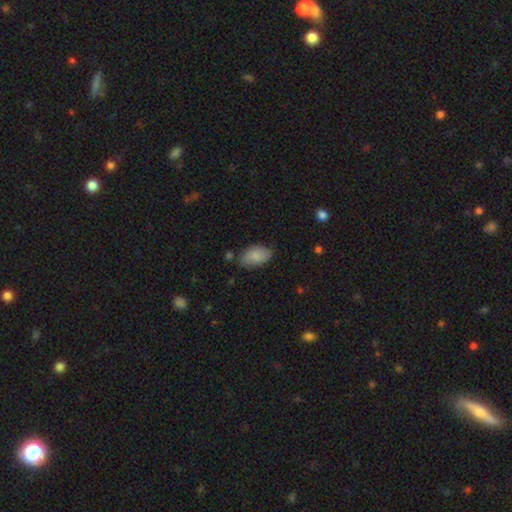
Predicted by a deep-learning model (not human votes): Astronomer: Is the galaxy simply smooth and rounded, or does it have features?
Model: smooth — 84%.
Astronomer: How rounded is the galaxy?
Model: in between — 94%.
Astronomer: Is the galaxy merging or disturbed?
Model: none — 74%.